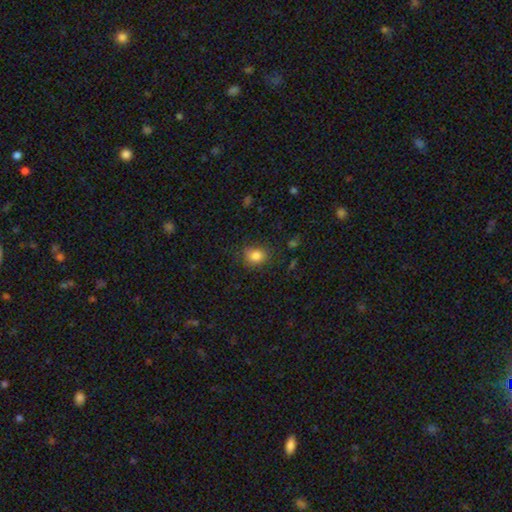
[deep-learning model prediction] smooth_or_featured: smooth (p=0.83) [alt: star or artifact p=0.11]
how_rounded: round (p=0.60) [alt: in between p=0.39]
merging: none (p=0.75) [alt: minor disturbance p=0.19]